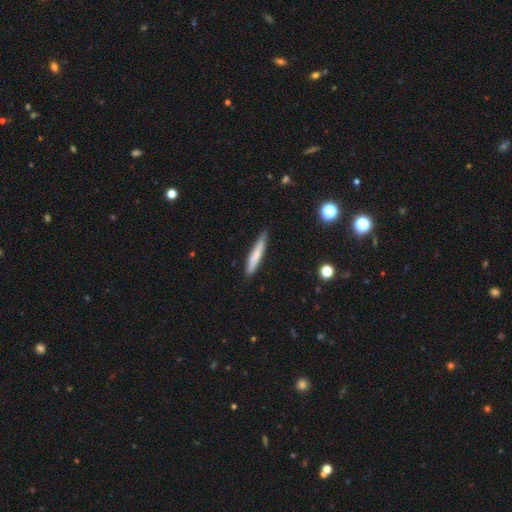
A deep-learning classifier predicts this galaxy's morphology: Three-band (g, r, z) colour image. It shows a smooth galaxy with no disk features (71%) that is cigar-shaped (93%). Merging: none (85%).